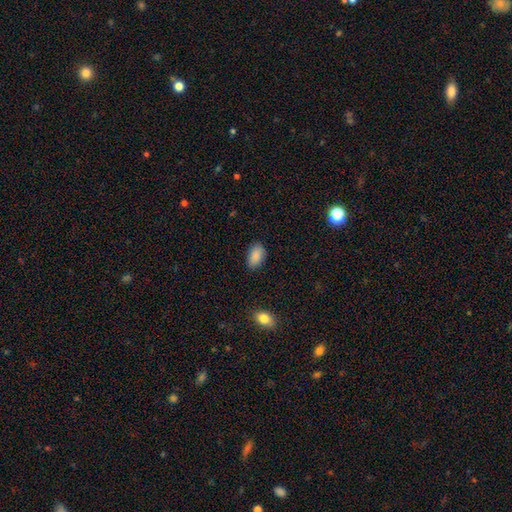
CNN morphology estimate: This is clearly a smooth galaxy (89%). How rounded: clearly in between (93%). Merging: clearly none (85%).